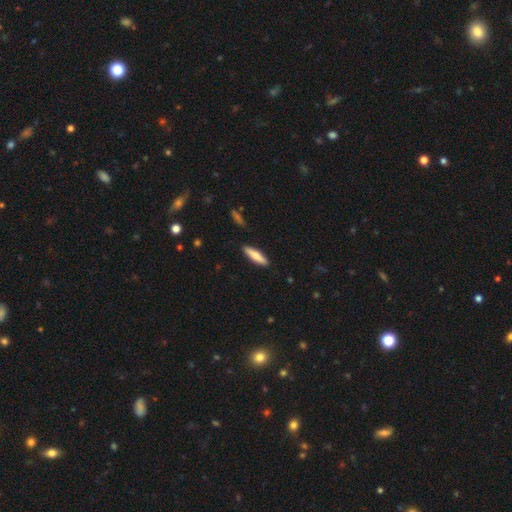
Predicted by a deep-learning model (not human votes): Morphology: type=smooth (74%); roundness=cigar-shaped (73%); merging=none (89%).